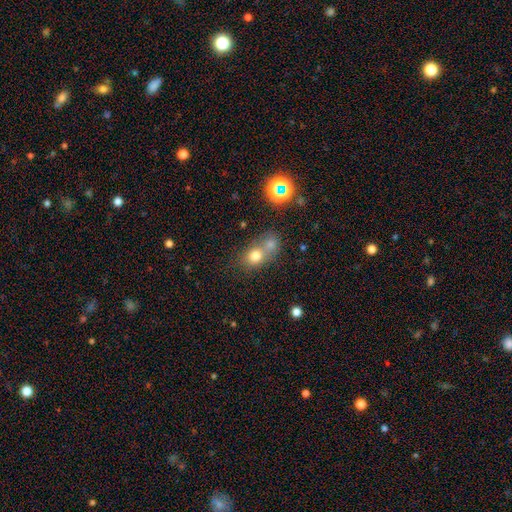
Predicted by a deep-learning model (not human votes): This appears to be a smooth galaxy with no disk features (73%) that is round (65%). Merging: merger (50%).